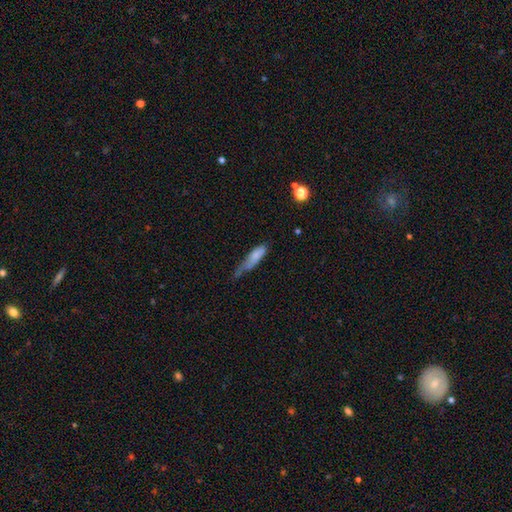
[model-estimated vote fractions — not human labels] Smooth or featured? smooth (74%)
How rounded? cigar-shaped (62%)
Merging? minor disturbance (41%)